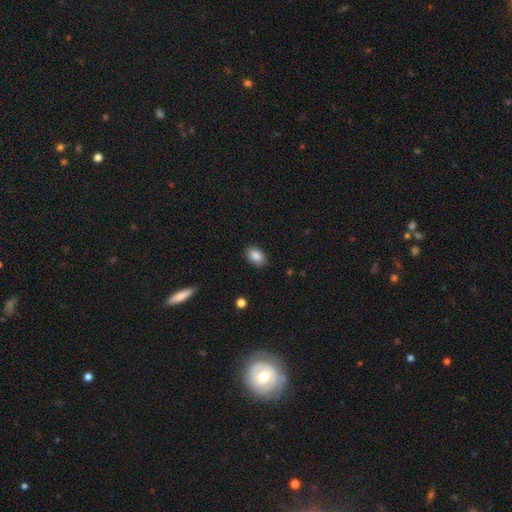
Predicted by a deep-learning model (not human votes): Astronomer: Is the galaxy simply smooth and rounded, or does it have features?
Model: smooth — 87%.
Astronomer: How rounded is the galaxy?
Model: in between — 85%.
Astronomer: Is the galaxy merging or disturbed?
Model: none — 88%.